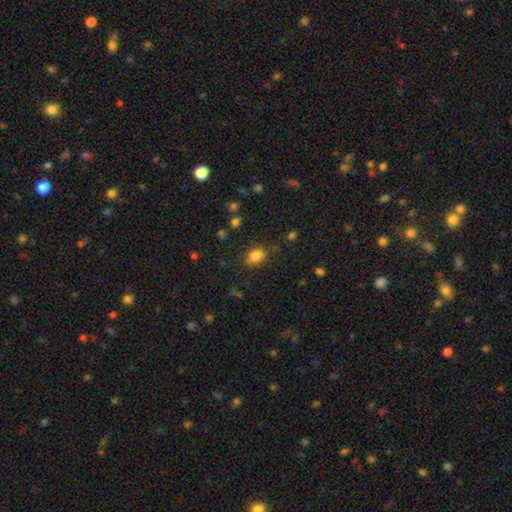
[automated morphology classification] A smooth galaxy with no disk features (81%) that is in between round and cigar-shaped (61%). Merging: none (76%).